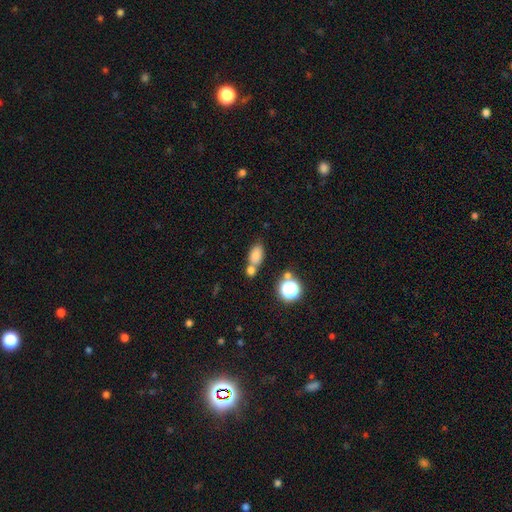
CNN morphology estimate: smooth 78%, star or artifact 14%, featured or disk 8%. Down the decision tree: how rounded — in between (83%); merging — none (48%).